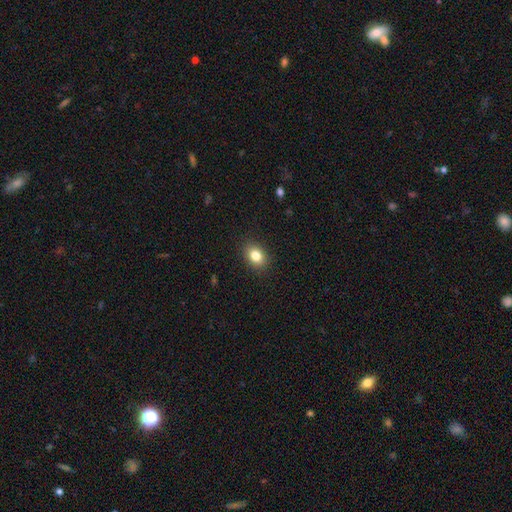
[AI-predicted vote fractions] Smooth or featured: smooth — 82% (star or artifact — 10%)
How rounded: in between — 68% (round — 31%)
Merging: none — 89% (minor disturbance — 8%)